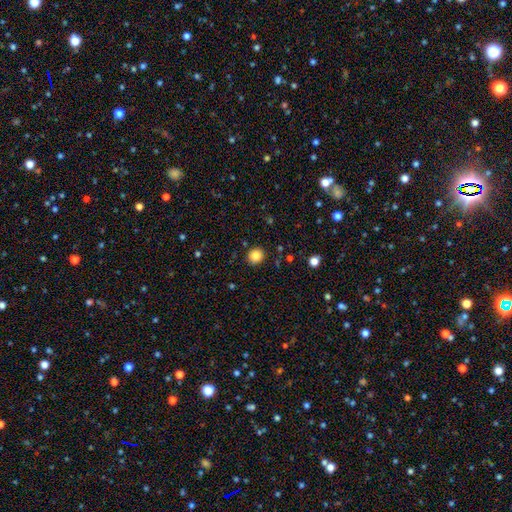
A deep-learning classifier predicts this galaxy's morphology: This is clearly a smooth galaxy (85%). How rounded: likely round (78%). Merging: clearly none (89%).